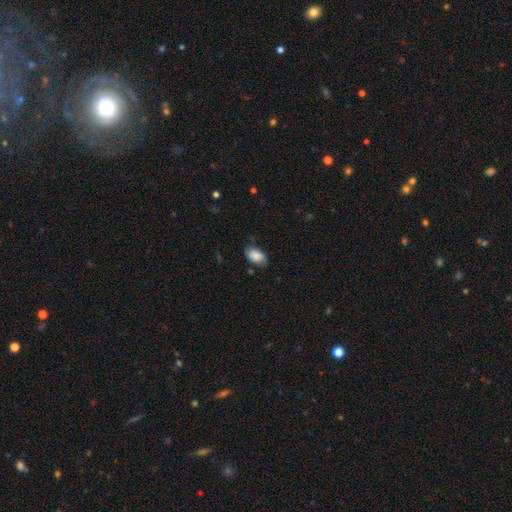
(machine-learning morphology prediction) This is clearly a smooth galaxy (81%). How rounded: clearly in between (91%). Merging: likely none (70%).